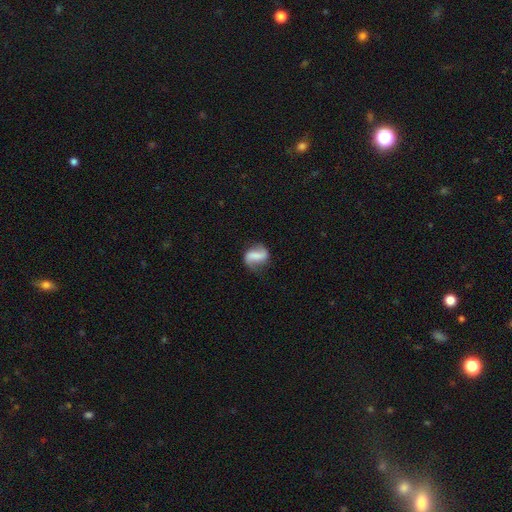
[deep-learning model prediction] Q: Smooth or featured?
A: featured or disk (63%); runner-up: smooth (29%)
Q: Edge-on disk?
A: no (97%); runner-up: yes (3%)
Q: Bar?
A: strong (46%); runner-up: weak (32%)
Q: Spiral arms?
A: yes (89%); runner-up: no (11%)
Q: Spiral winding?
A: loose (65%); runner-up: medium (25%)
Q: Spiral arm count?
A: 2 (88%); runner-up: 1 (5%)
Q: Bulge size?
A: none (47%); runner-up: small (25%)
Q: Merging?
A: none (72%); runner-up: minor disturbance (18%)